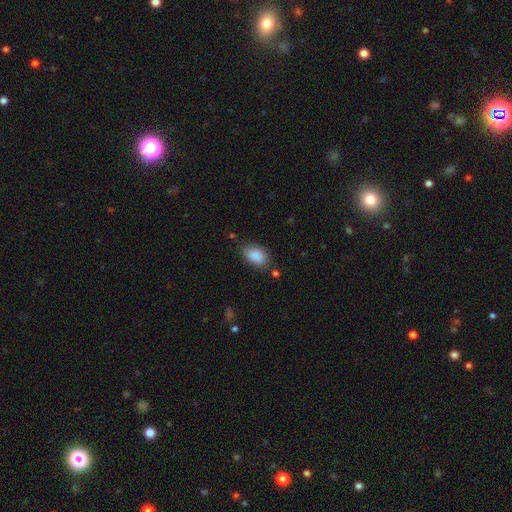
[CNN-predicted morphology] type=smooth (89%); roundness=in between (90%); merging=none (76%).